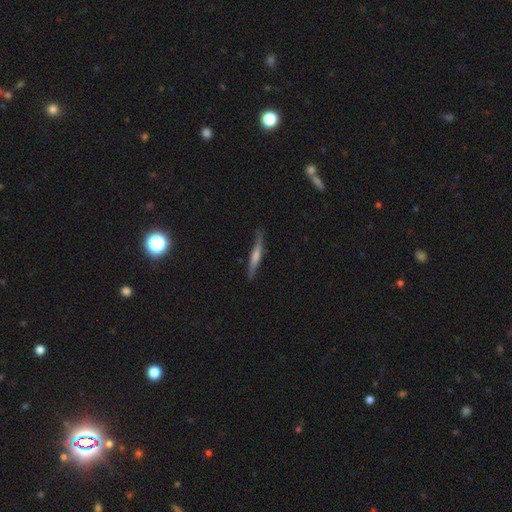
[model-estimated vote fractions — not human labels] smooth-or-featured: featured or disk: 62% | smooth: 28% | star or artifact: 10%
  disk-edge-on: yes: 94% | no: 6%
    edge-on-bulge: rounded: 53% | none: 26% | boxy: 21%
  merging: none: 83% | minor disturbance: 12% | major disturbance: 3% | merger: 2%